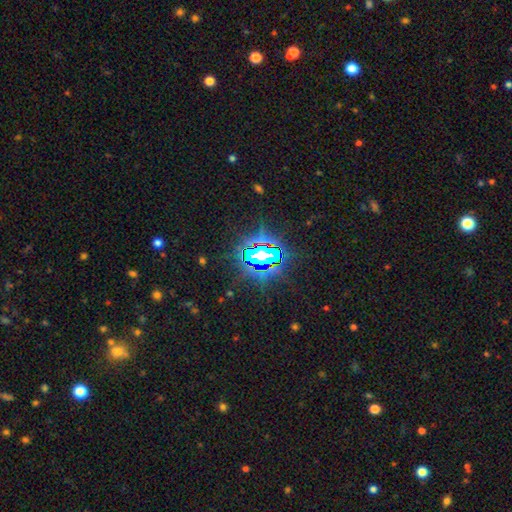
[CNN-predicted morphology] star or artifact 81%, smooth 11%, featured or disk 8%.